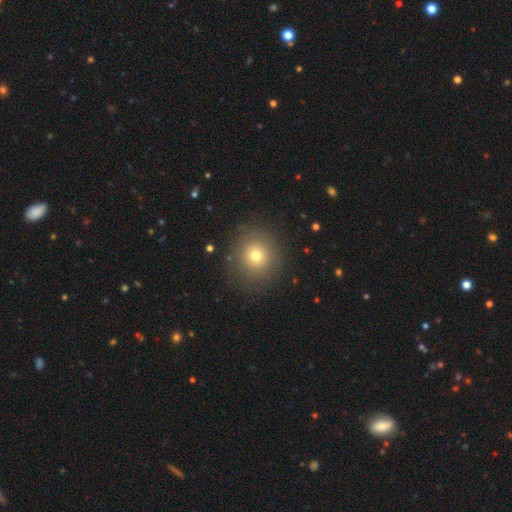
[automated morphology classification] Q: Smooth or featured?
A: smooth (72%); runner-up: star or artifact (16%)
Q: How rounded?
A: round (89%); runner-up: in between (10%)
Q: Merging?
A: none (87%); runner-up: minor disturbance (8%)